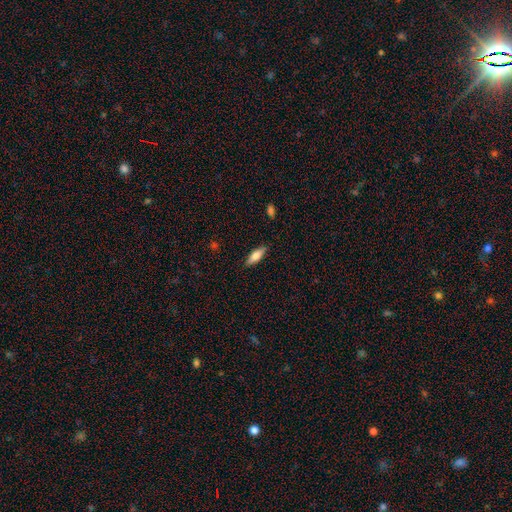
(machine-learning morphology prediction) Smooth or featured: smooth — 67% (featured or disk — 27%)
How rounded: in between — 55% (cigar-shaped — 42%)
Merging: none — 86% (minor disturbance — 10%)